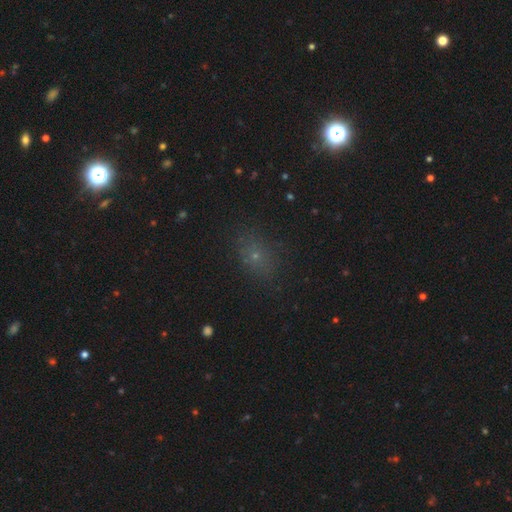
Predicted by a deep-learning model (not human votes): smooth 58%, star or artifact 31%, featured or disk 11%. Down the decision tree: how rounded — in between (54%); merging — none (82%).